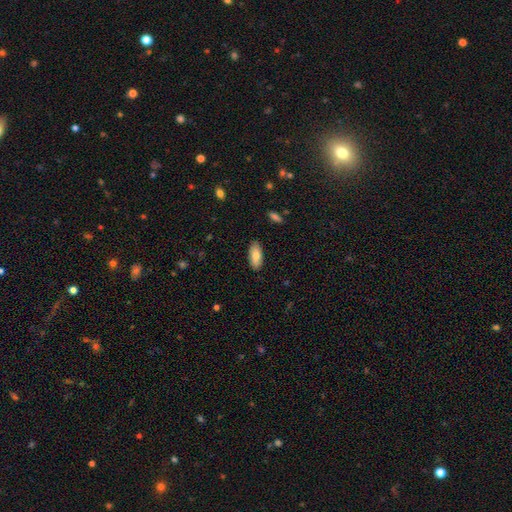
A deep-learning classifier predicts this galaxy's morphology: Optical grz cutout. It shows a smooth galaxy with no disk features (81%) that is in between round and cigar-shaped (84%). Merging: none (87%).